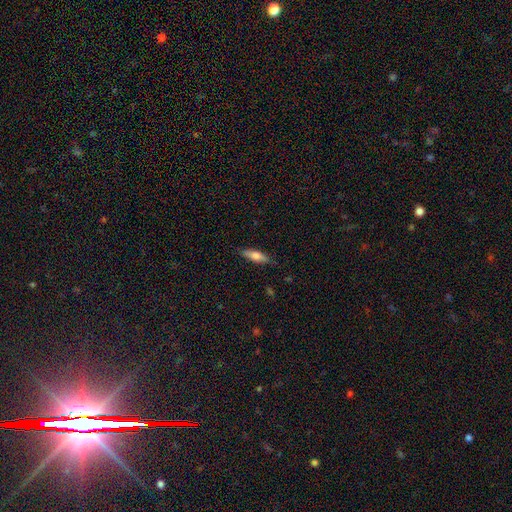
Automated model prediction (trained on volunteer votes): A smooth galaxy with no disk features (67%) that is cigar-shaped (57%). Merging: none (83%).